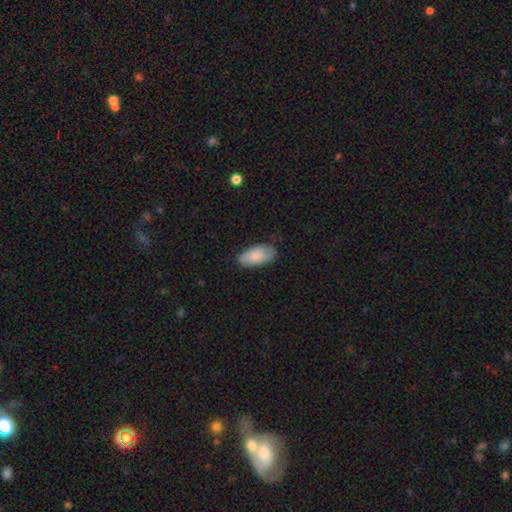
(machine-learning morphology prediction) Smooth or featured? smooth (84%)
How rounded? in between (93%)
Merging? none (79%)